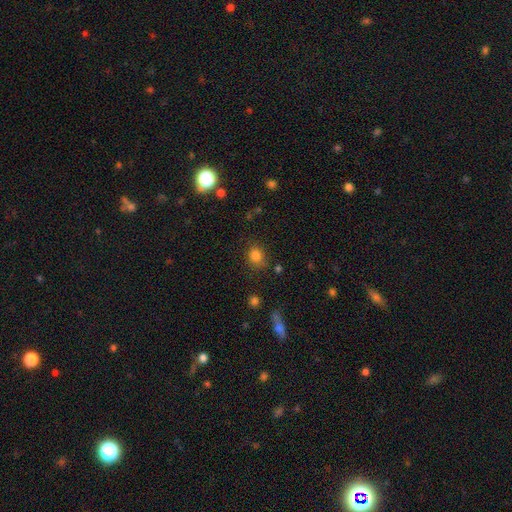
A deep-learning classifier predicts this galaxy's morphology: smooth-or-featured: smooth: 81% | star or artifact: 13% | featured or disk: 5%
  how-rounded: round: 66% | in between: 33% | cigar-shaped: 1%
  merging: none: 75% | minor disturbance: 16% | major disturbance: 5% | merger: 4%